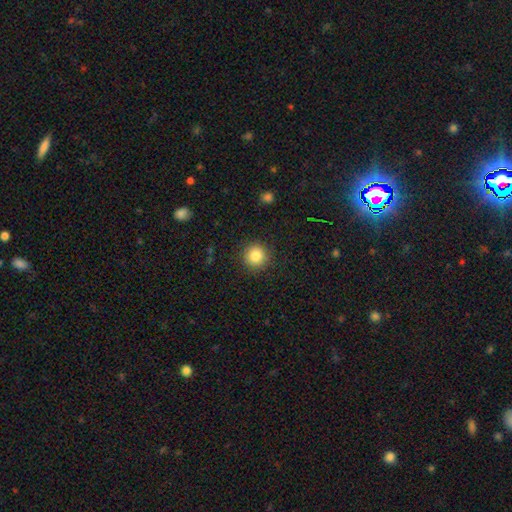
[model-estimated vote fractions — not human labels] Smooth or featured?
  - smooth: 84% *
  - star or artifact: 10%
  - featured or disk: 5%
How rounded?
  - round: 94% *
  - in between: 5%
  - cigar-shaped: 1%
Merging?
  - none: 90% *
  - minor disturbance: 6%
  - major disturbance: 2%
  - merger: 1%